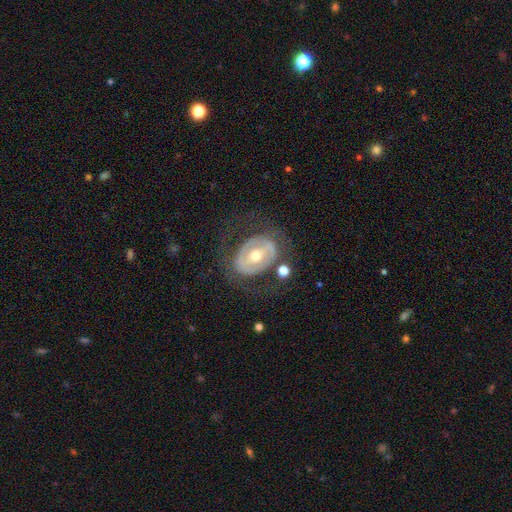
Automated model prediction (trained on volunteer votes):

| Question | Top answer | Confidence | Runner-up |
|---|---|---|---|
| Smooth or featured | featured or disk | 69% | smooth (24%) |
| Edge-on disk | no | 94% | yes (6%) |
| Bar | strong | 37% | weak (32%) |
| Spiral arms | no | 67% | yes (33%) |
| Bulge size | moderate | 64% | small (31%) |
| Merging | none | 63% | minor disturbance (17%) |